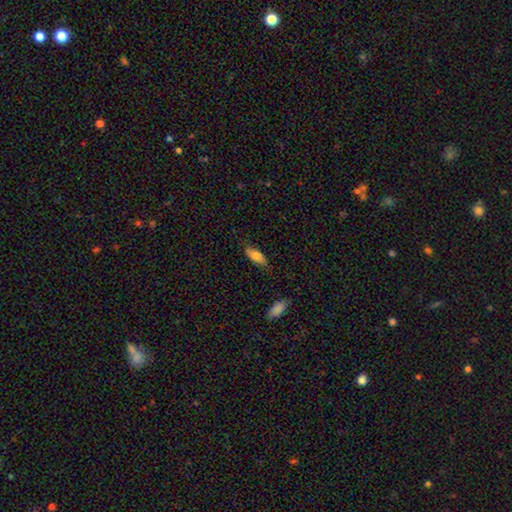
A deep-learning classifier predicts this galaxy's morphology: smooth 77%, featured or disk 16%, star or artifact 7%. Down the decision tree: how rounded — in between (76%); merging — none (79%).